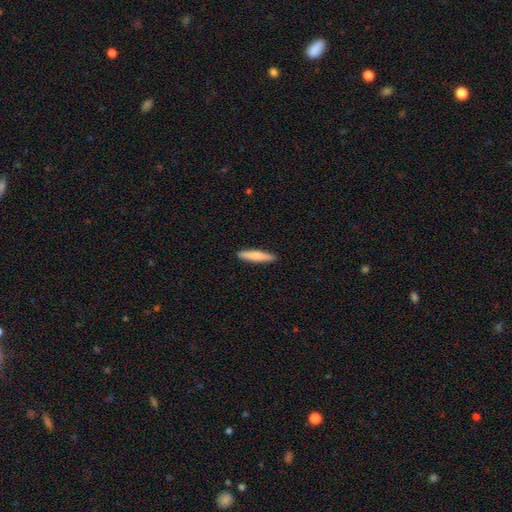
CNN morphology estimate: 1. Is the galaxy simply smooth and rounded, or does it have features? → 73% smooth, 22% featured or disk, 5% star or artifact.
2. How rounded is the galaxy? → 89% cigar-shaped, 10% in between, 1% round.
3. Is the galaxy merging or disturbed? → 91% none, 6% minor disturbance, 1% major disturbance, 1% merger.